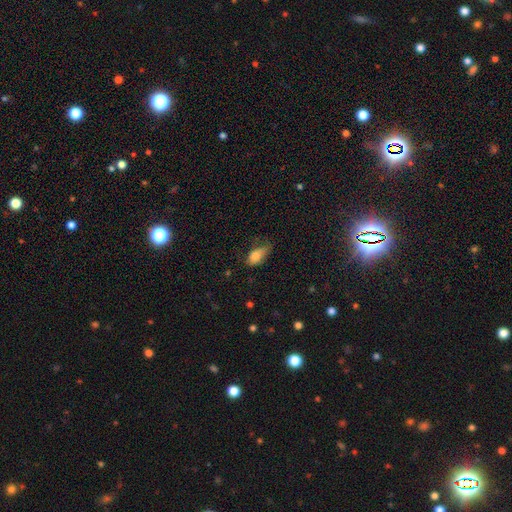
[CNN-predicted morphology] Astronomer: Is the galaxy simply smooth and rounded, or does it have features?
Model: smooth — 80%.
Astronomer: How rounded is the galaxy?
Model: in between — 88%.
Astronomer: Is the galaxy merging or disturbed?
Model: minor disturbance — 41% (runner-up: none, 35%).